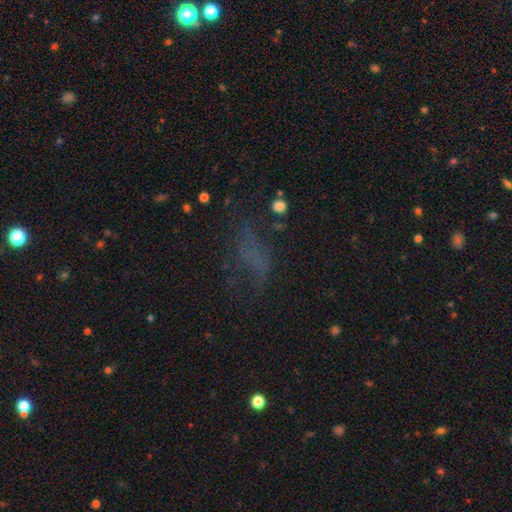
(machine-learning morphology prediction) Smooth or featured: smooth — 41% (star or artifact — 34%)
Merging: none — 49% (major disturbance — 27%)